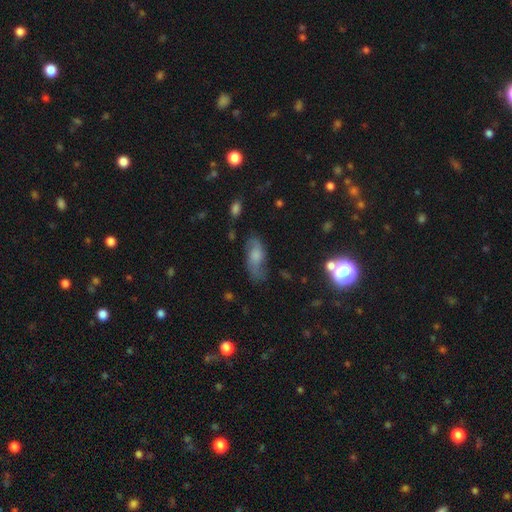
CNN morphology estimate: smooth_or_featured: featured or disk (p=0.46) [alt: smooth p=0.43]
merging: none (p=0.66) [alt: minor disturbance p=0.23]